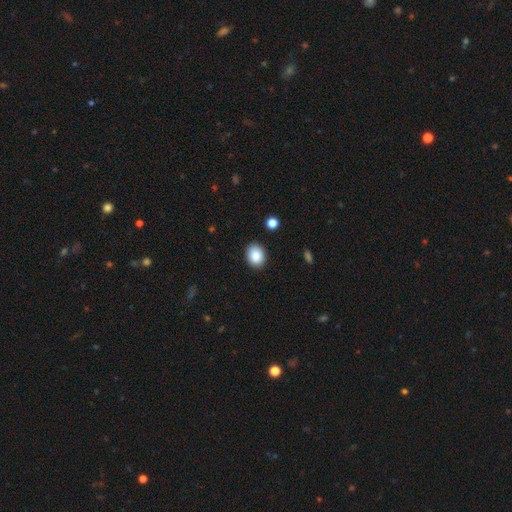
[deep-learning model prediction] Morphology: type=smooth (88%); roundness=in between (54%); merging=none (88%).